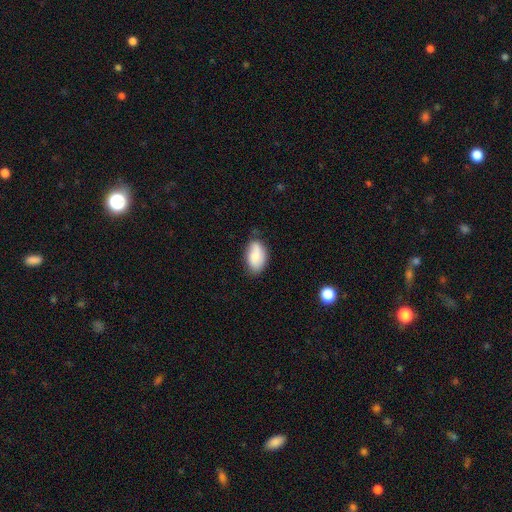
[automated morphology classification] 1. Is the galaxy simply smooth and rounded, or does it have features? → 79% smooth, 14% featured or disk, 7% star or artifact.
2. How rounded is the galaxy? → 93% in between, 5% round, 2% cigar-shaped.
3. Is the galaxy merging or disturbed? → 69% none, 25% minor disturbance, 4% major disturbance, 2% merger.